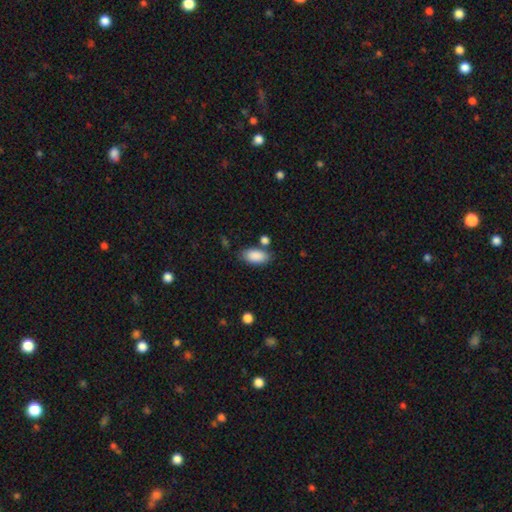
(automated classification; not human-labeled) Smooth or featured? Predicted: smooth (p=0.89). How rounded? Predicted: in between (p=0.93). Merging? Predicted: none (p=0.74).